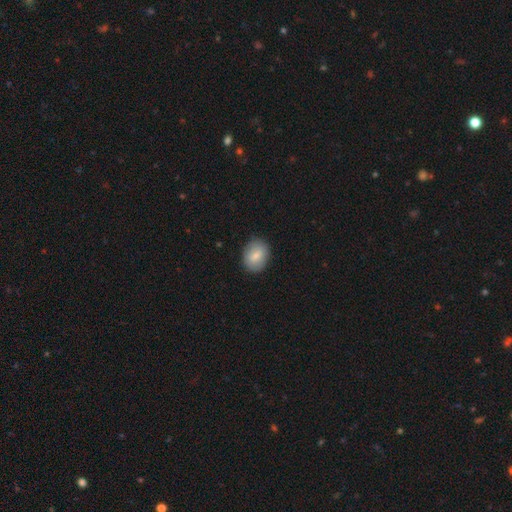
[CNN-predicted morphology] The model was most divided on "how rounded": in between: 67%, round: 31%, cigar-shaped: 1%. More confident: merging — none (86%); smooth or featured — smooth (78%).